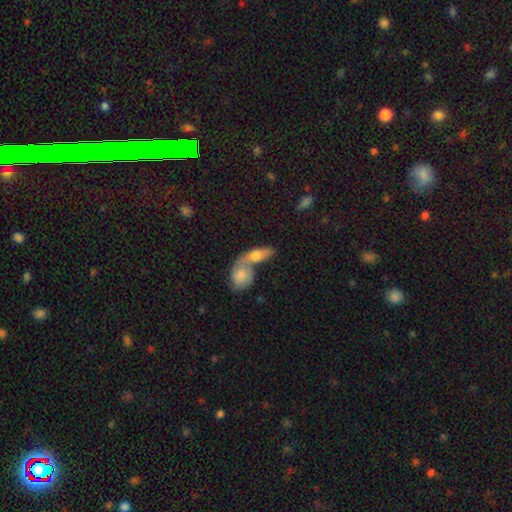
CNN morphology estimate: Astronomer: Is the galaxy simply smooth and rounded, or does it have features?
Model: smooth — 54% (runner-up: featured or disk, 32%).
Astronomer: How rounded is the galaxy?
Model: in between — 66%.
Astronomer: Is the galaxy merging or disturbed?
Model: merger — 65%.